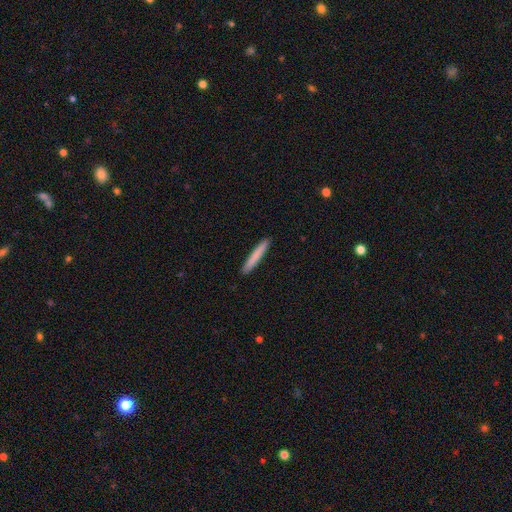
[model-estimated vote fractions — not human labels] Overall: smooth (79%). How rounded: cigar-shaped (96%). Merging: none (93%).